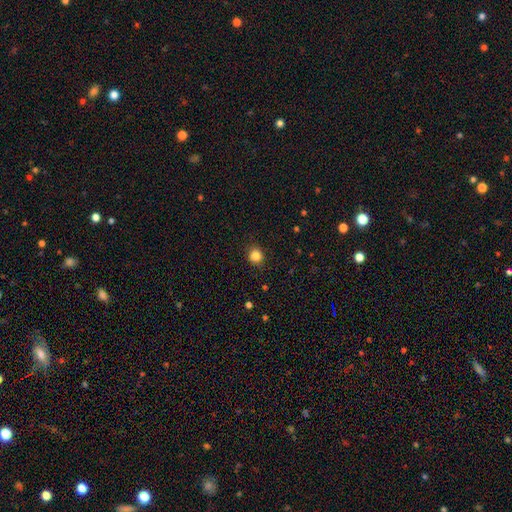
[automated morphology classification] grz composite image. It shows a smooth galaxy with no disk features (85%) that is round (85%). Merging: none (89%).